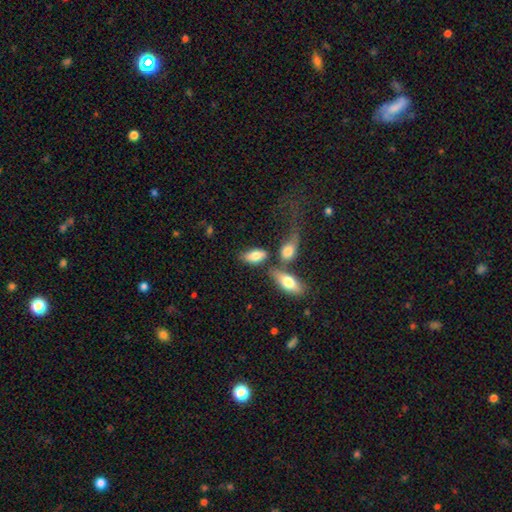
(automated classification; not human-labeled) Smooth or featured: smooth — 78% (featured or disk — 15%)
How rounded: in between — 89% (cigar-shaped — 6%)
Merging: none — 45% (merger — 27%)